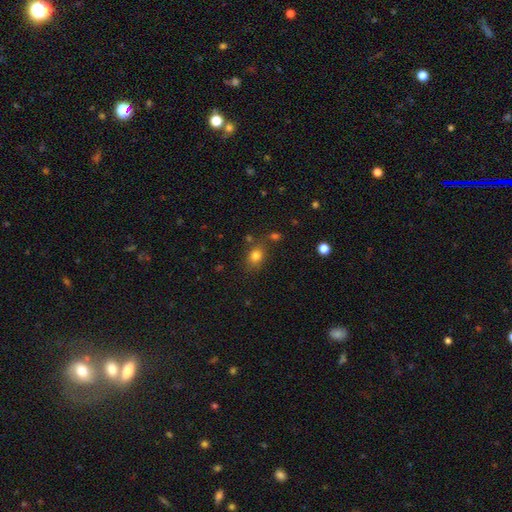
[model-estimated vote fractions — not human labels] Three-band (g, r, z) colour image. It shows a smooth galaxy with no disk features (80%) that is in between round and cigar-shaped (55%). Merging: none (74%).